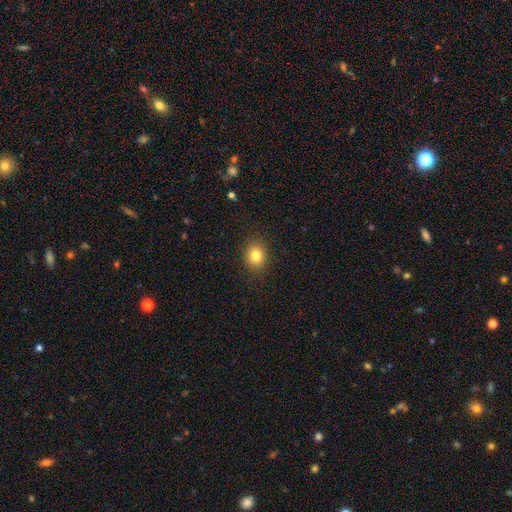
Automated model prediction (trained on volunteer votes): smooth_or_featured: smooth (p=0.81) [alt: star or artifact p=0.11]
how_rounded: round (p=0.59) [alt: in between p=0.40]
merging: none (p=0.88) [alt: minor disturbance p=0.08]